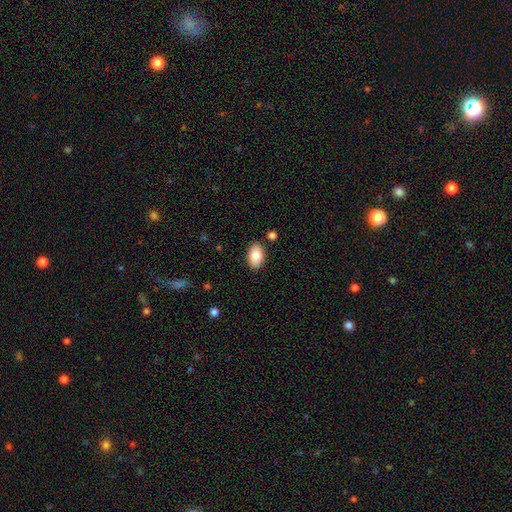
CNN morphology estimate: Smooth or featured?
  - smooth: 84% *
  - featured or disk: 9%
  - star or artifact: 7%
How rounded?
  - in between: 93% *
  - round: 6%
  - cigar-shaped: 1%
Merging?
  - none: 86% *
  - minor disturbance: 9%
  - merger: 3%
  - major disturbance: 2%